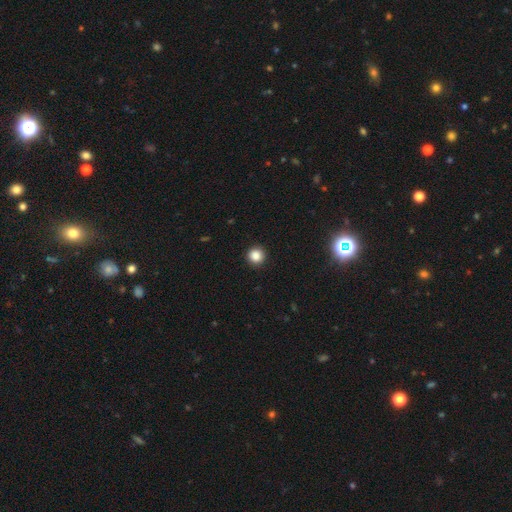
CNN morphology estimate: This is clearly a smooth galaxy (86%). How rounded: clearly round (94%). Merging: clearly none (92%).